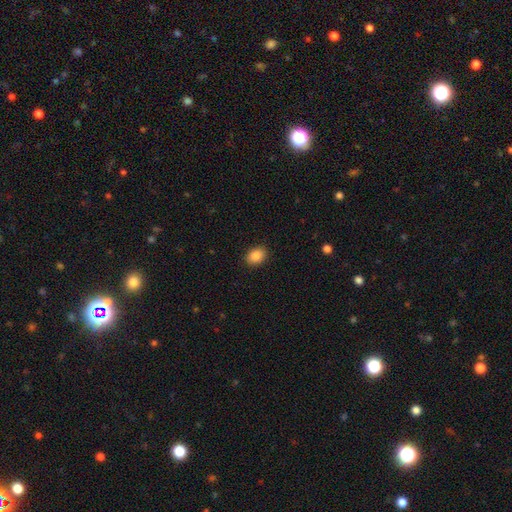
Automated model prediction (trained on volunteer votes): Smooth or featured? Predicted: smooth (p=0.88). How rounded? Predicted: in between (p=0.71). Merging? Predicted: none (p=0.89).